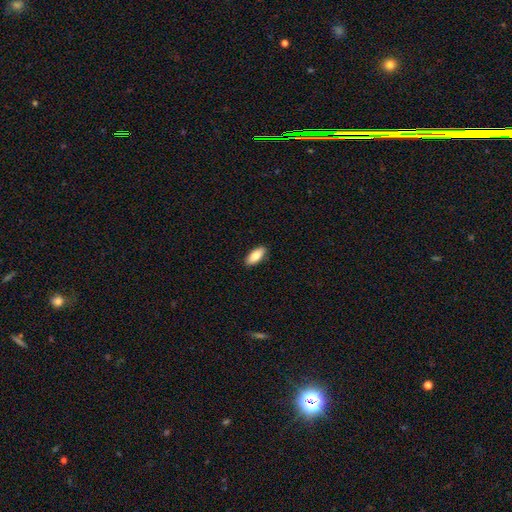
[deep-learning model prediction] This appears to be a smooth galaxy with no disk features (85%) that is in between round and cigar-shaped (86%). Merging: none (89%).